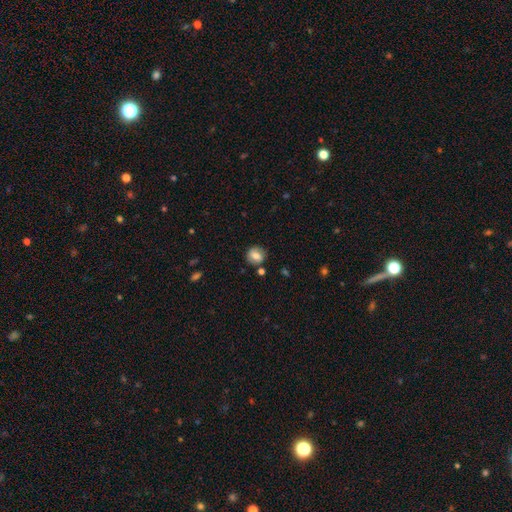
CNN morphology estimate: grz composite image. It shows a smooth galaxy with no disk features (71%) that is round (74%). Merging: none (78%).